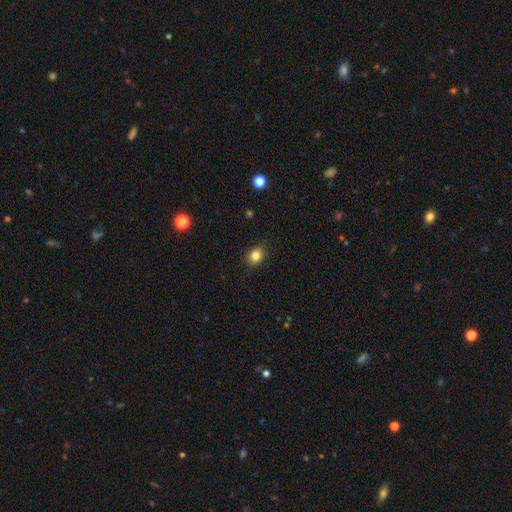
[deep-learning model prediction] Smooth or featured?
  - smooth: 83% *
  - star or artifact: 11%
  - featured or disk: 6%
How rounded?
  - round: 50% *
  - in between: 49%
  - cigar-shaped: 1%
Merging?
  - none: 88% *
  - minor disturbance: 9%
  - major disturbance: 2%
  - merger: 1%